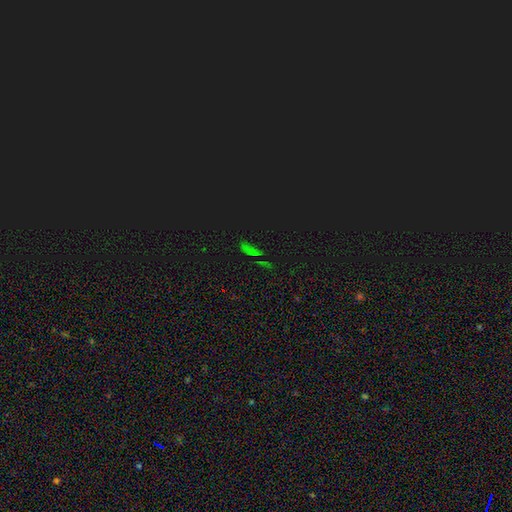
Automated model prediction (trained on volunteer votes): Overall: star or artifact (67%).